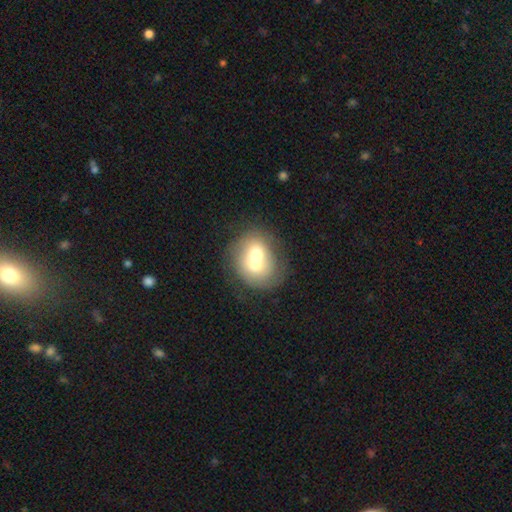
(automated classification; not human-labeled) Overall: smooth (60%; featured or disk 31%). How rounded: round (70%). Merging: merger (64%; none 25%).